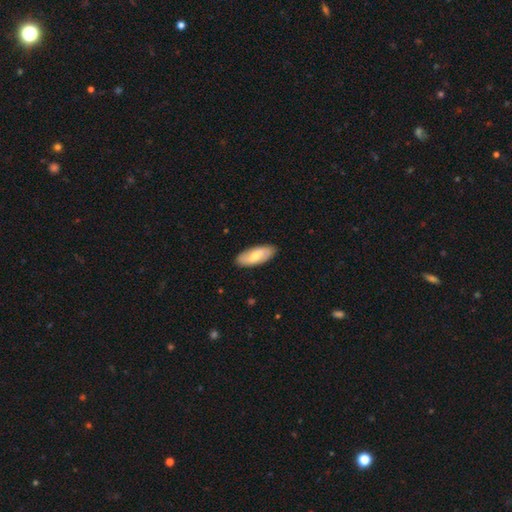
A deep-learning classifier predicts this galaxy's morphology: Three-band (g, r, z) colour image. It shows a smooth galaxy with no disk features (63%) that is in between round and cigar-shaped (82%). Merging: none (88%).